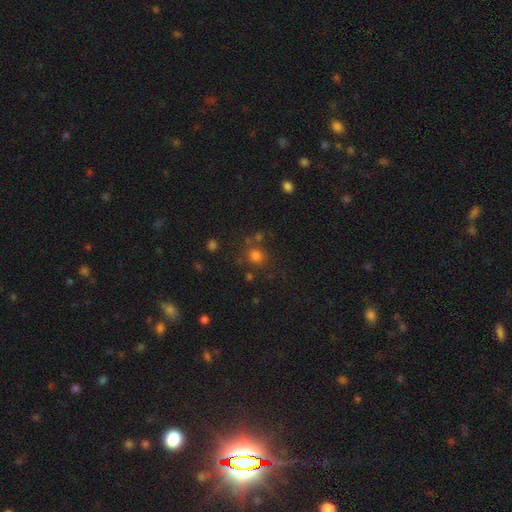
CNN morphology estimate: type=smooth (76%); roundness=round (84%); merging=none (72%).